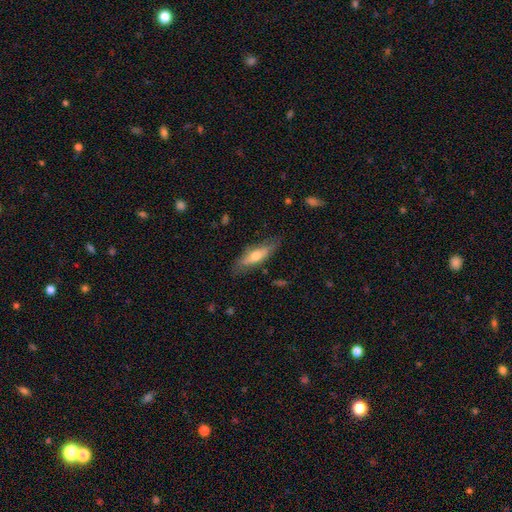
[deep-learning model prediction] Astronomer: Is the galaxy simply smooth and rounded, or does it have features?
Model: smooth — 56% (runner-up: featured or disk, 38%).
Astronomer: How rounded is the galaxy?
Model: in between — 51% (runner-up: cigar-shaped, 46%).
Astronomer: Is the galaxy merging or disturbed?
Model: none — 76%.